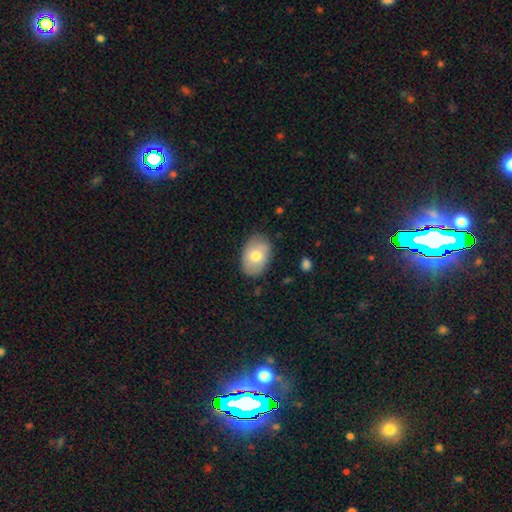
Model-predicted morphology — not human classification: smooth-or-featured: smooth: 67% | featured or disk: 26% | star or artifact: 6%
  how-rounded: in between: 82% | round: 17% | cigar-shaped: 1%
  merging: none: 80% | minor disturbance: 15% | major disturbance: 3% | merger: 1%